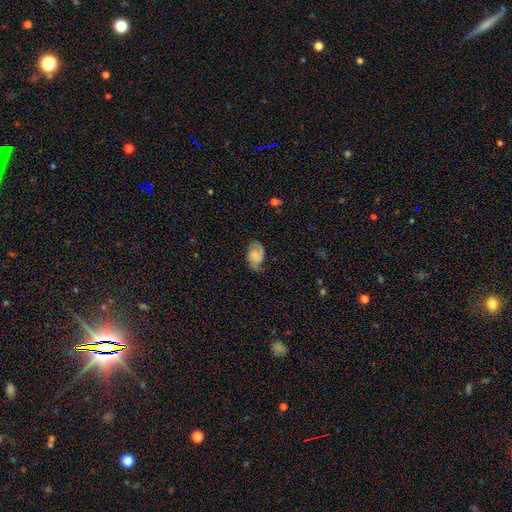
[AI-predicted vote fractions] Q: Smooth or featured?
A: featured or disk (58%); runner-up: smooth (34%)
Q: Edge-on disk?
A: no (97%); runner-up: yes (3%)
Q: Bar?
A: no (55%); runner-up: weak (37%)
Q: Spiral arms?
A: yes (90%); runner-up: no (10%)
Q: Spiral winding?
A: medium (45%); runner-up: loose (28%)
Q: Spiral arm count?
A: 2 (77%); runner-up: 1 (10%)
Q: Bulge size?
A: none (34%); runner-up: small (33%)
Q: Merging?
A: none (61%); runner-up: minor disturbance (26%)